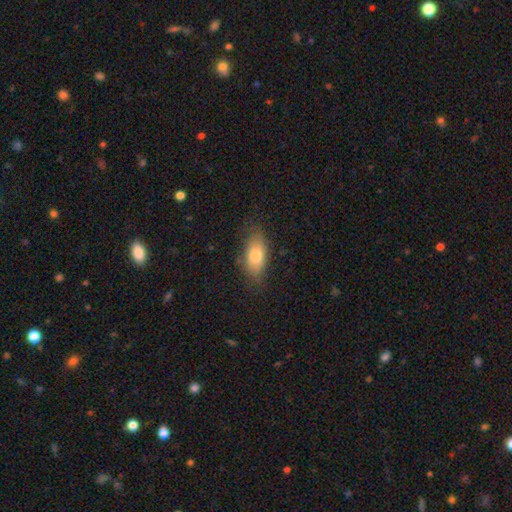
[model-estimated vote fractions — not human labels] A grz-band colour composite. It shows a smooth galaxy with no disk features (76%) that is in between round and cigar-shaped (83%). Merging: none (74%).